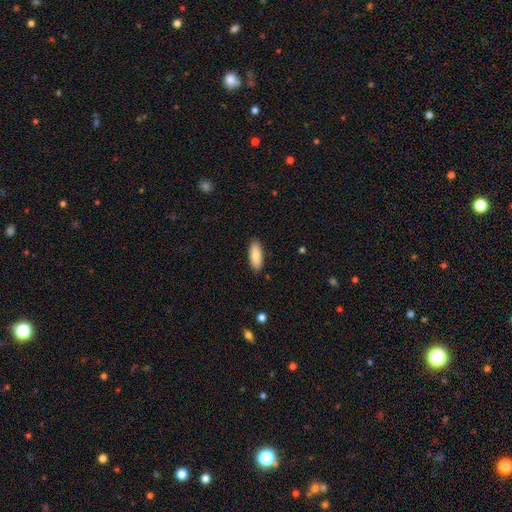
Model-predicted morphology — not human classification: Overall: smooth (83%). How rounded: in between (74%). Merging: none (89%).